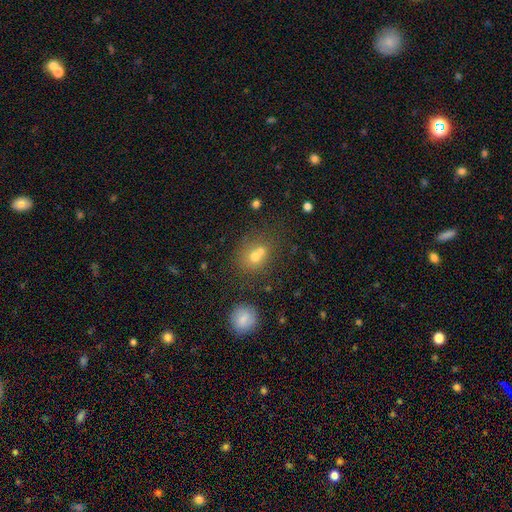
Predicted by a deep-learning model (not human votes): This is likely a smooth galaxy (65%). How rounded: likely round (74%). Merging: possibly merger (47%).